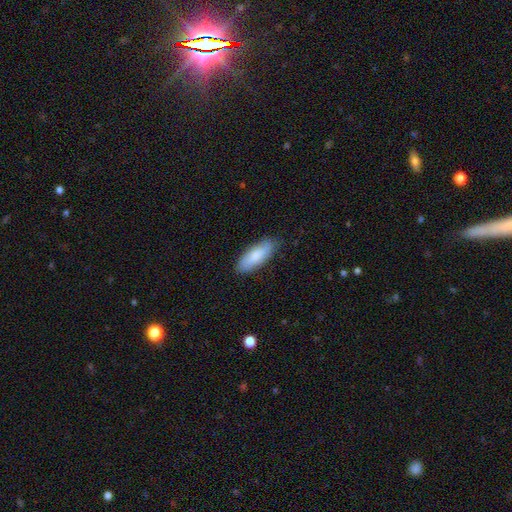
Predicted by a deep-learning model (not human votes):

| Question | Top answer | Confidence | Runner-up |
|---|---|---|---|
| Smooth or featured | smooth | 81% | featured or disk (14%) |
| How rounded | in between | 71% | cigar-shaped (27%) |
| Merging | none | 83% | minor disturbance (14%) |